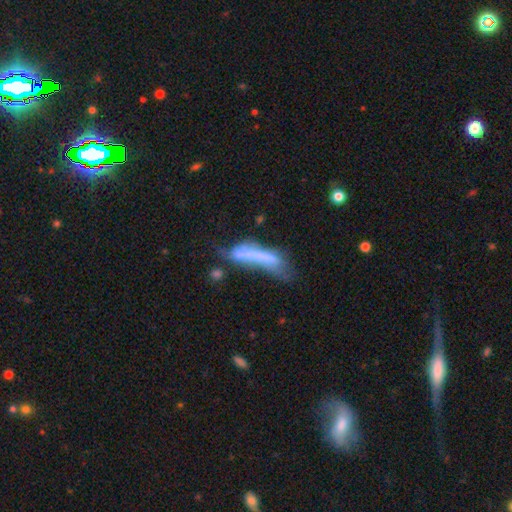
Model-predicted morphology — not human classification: Smooth or featured: smooth — 51% (featured or disk — 37%)
How rounded: cigar-shaped — 73% (in between — 25%)
Merging: major disturbance — 33% (none — 25%)